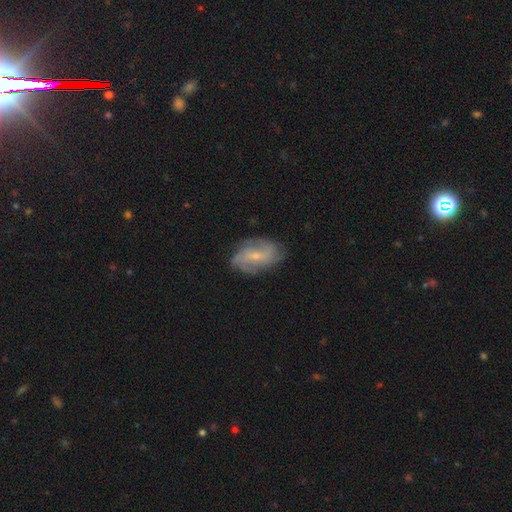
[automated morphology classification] smooth-or-featured: featured or disk: 75% | smooth: 18% | star or artifact: 7%
  disk-edge-on: no: 96% | yes: 4%
    bar: weak: 46% | no: 43% | strong: 12%
    has-spiral-arms: yes: 92% | no: 8%
      spiral-winding: medium: 43% | loose: 29% | tight: 28%
      spiral-arm-count: 2: 40% | can't tell: 25% | 3: 18% | 4: 8% | 1: 4% | more than 4: 4%
    bulge-size: small: 70% | moderate: 24% | none: 5% | large: 1% | dominant: 1%
  merging: none: 75% | minor disturbance: 18% | major disturbance: 6% | merger: 1%